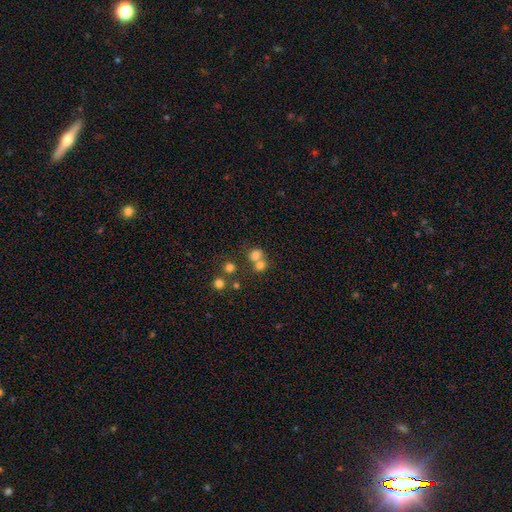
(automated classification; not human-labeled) Overall: smooth (72%). How rounded: round (74%). Merging: merger (50%; none 39%).